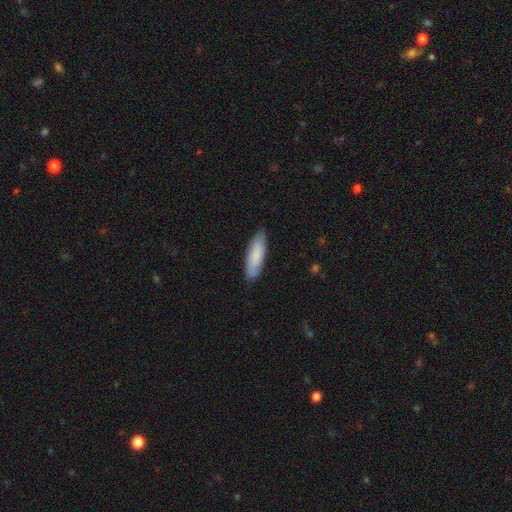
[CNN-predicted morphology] type=smooth (80%); roundness=cigar-shaped (53%); merging=none (85%).